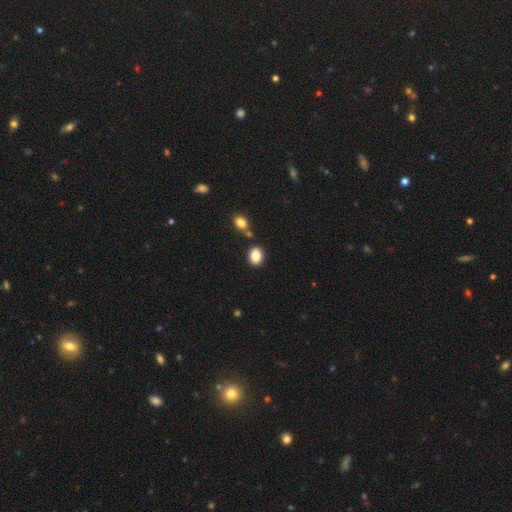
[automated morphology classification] smooth-or-featured: smooth: 87% | star or artifact: 9% | featured or disk: 5%
  how-rounded: in between: 70% | round: 28% | cigar-shaped: 1%
  merging: none: 79% | minor disturbance: 10% | merger: 9% | major disturbance: 3%